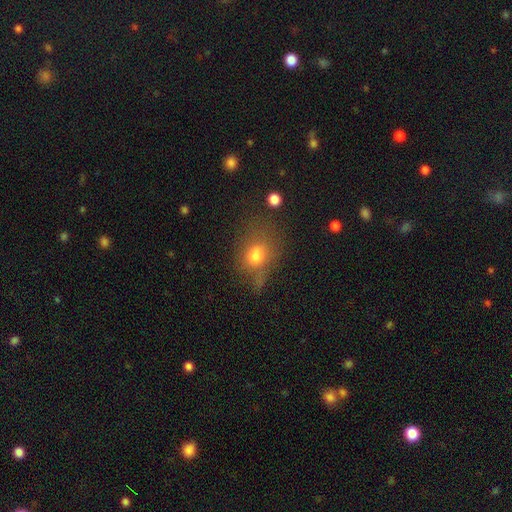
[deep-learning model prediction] Smooth or featured? smooth (65%)
How rounded? in between (64%)
Merging? none (46%)